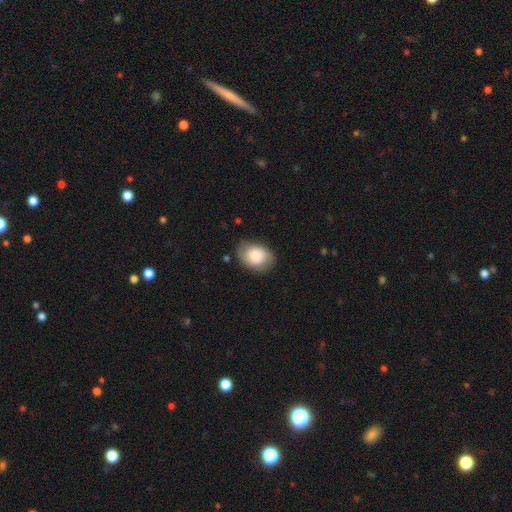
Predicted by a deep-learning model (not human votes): A smooth galaxy with no disk features (71%) that is in between round and cigar-shaped (71%).

Vote fractions:
- Smooth or featured? smooth: 71% / featured or disk: 22% / star or artifact: 7%
- How rounded? in between: 71% / round: 28% / cigar-shaped: 1%
- Merging? none: 71% / minor disturbance: 21% / major disturbance: 6% / merger: 2%